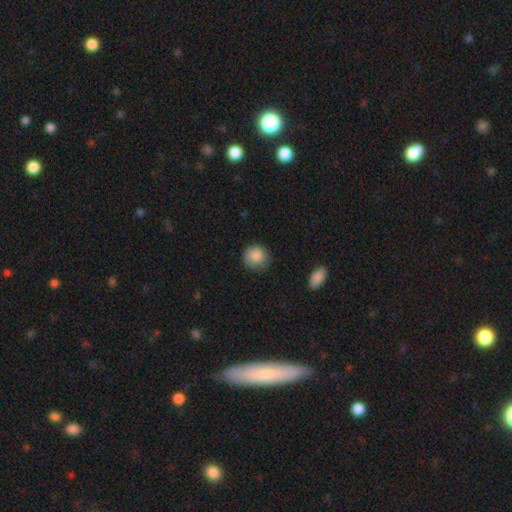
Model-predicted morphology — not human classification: The model was most divided on "merging": none: 77%, minor disturbance: 18%, major disturbance: 4%, merger: 1%. More confident: how rounded — round (90%); smooth or featured — smooth (86%).